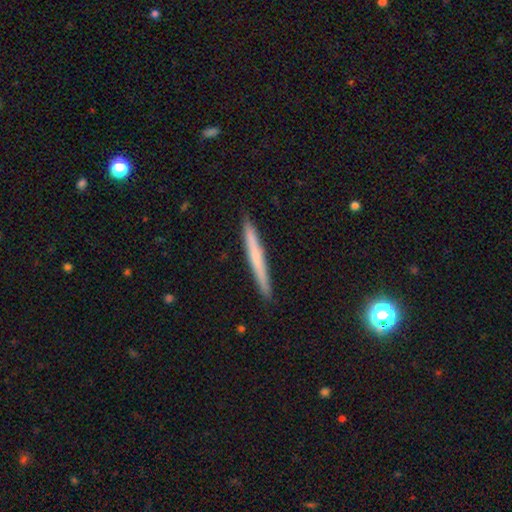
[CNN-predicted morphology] Overall: smooth (57%; featured or disk 37%). How rounded: cigar-shaped (97%). Merging: none (92%).